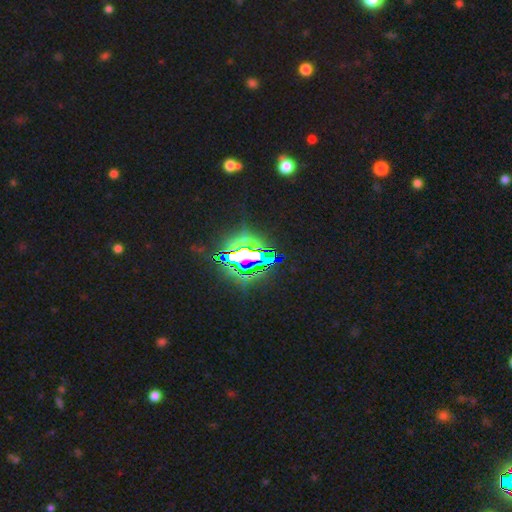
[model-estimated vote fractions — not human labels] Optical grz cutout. It shows a star or artifact, not a galaxy (81%).